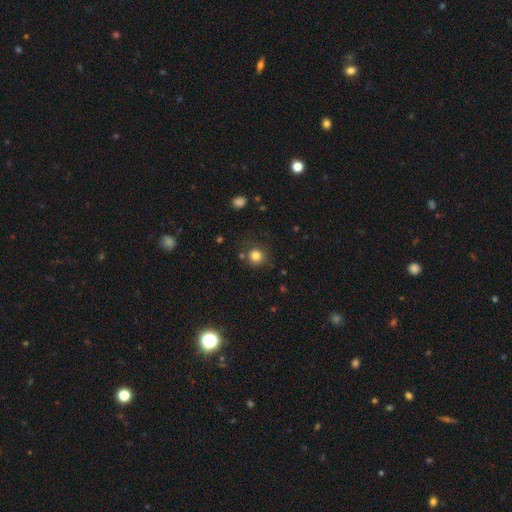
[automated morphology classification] Q: Smooth or featured?
A: smooth (82%); runner-up: star or artifact (12%)
Q: How rounded?
A: round (90%); runner-up: in between (9%)
Q: Merging?
A: none (79%); runner-up: minor disturbance (11%)